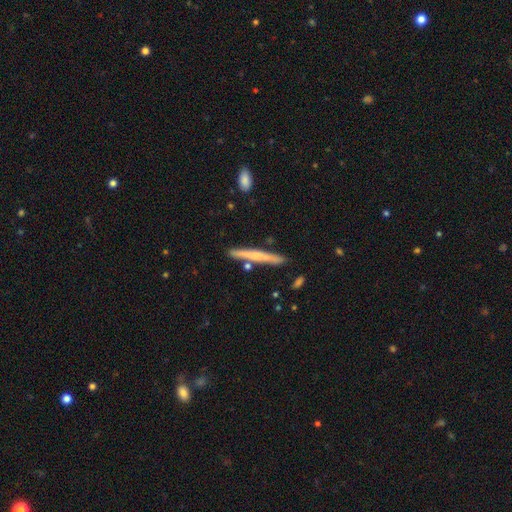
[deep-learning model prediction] Morphology: type=smooth (51%); roundness=cigar-shaped (96%); merging=none (84%).